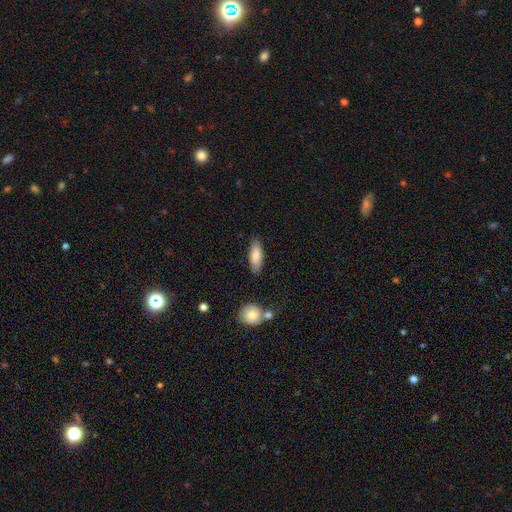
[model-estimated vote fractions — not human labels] smooth 78%, featured or disk 16%, star or artifact 6%. Down the decision tree: how rounded — in between (59%); merging — none (82%).